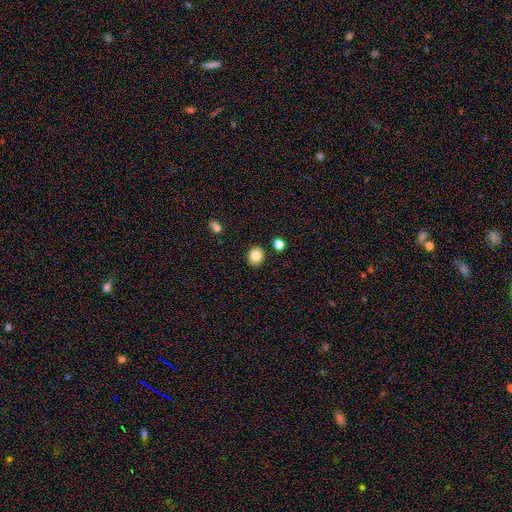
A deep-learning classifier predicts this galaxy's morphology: The model was most divided on "how rounded": round: 86%, in between: 13%, cigar-shaped: 1%. More confident: merging — none (90%); smooth or featured — smooth (84%).